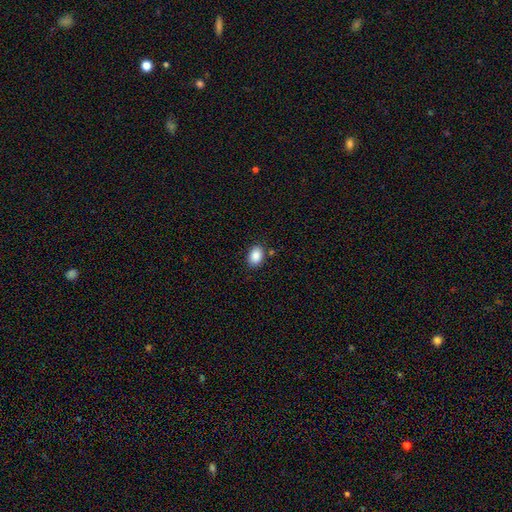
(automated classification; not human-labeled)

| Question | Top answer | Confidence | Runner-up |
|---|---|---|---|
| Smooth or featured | smooth | 88% | star or artifact (8%) |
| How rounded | in between | 75% | round (24%) |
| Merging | none | 84% | minor disturbance (10%) |